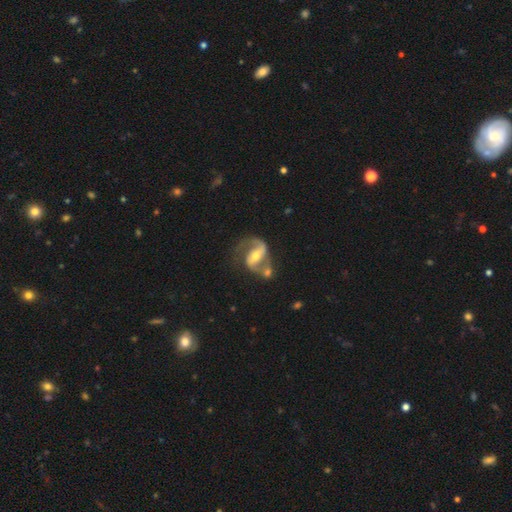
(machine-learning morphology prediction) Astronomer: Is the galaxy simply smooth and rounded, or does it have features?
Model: featured or disk — 87%.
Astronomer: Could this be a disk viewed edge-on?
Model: no — 97%.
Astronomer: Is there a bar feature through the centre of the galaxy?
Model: strong — 45% (runner-up: weak, 35%).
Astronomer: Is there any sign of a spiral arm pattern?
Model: yes — 95%.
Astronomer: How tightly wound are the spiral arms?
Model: medium — 51% (runner-up: loose, 35%).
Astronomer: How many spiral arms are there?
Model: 2 — 83%.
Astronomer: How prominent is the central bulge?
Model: moderate — 58% (runner-up: small, 36%).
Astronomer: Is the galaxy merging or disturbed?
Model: none — 47%.